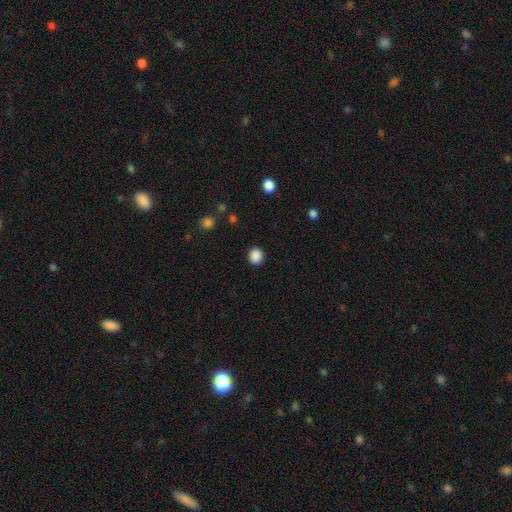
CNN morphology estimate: A smooth galaxy with no disk features (88%) that is round (79%).

Vote fractions:
- Smooth or featured? smooth: 88% / star or artifact: 10% / featured or disk: 3%
- How rounded? round: 79% / in between: 20% / cigar-shaped: 1%
- Merging? none: 89% / minor disturbance: 7% / major disturbance: 2% / merger: 1%